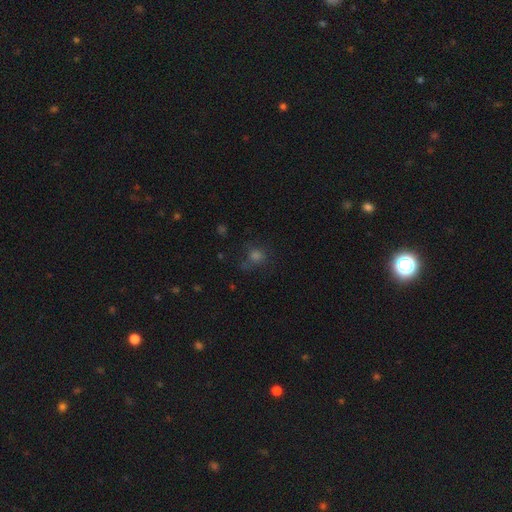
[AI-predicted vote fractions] This is possibly a smooth galaxy (55%). How rounded: clearly round (82%). Merging: likely none (69%).